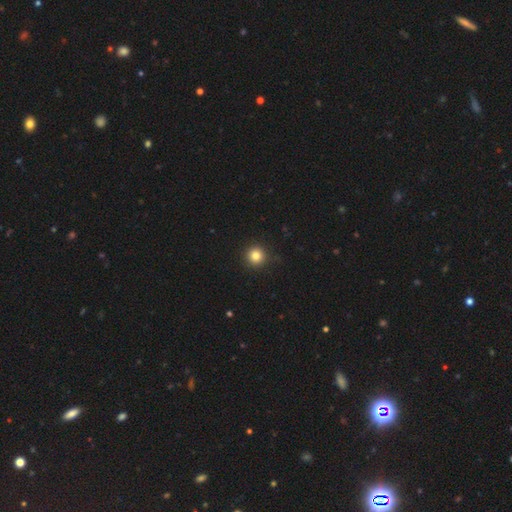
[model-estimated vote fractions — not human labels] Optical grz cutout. It shows a smooth galaxy with no disk features (82%) that is round (95%). Merging: none (91%).